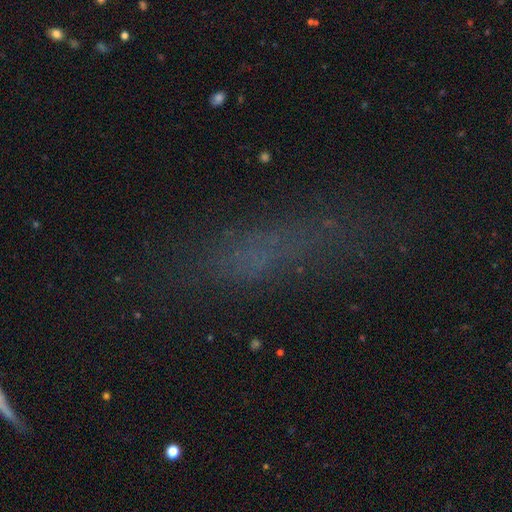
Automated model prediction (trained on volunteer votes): Overall: smooth (49%; star or artifact 28%). Merging: none (59%; minor disturbance 21%).